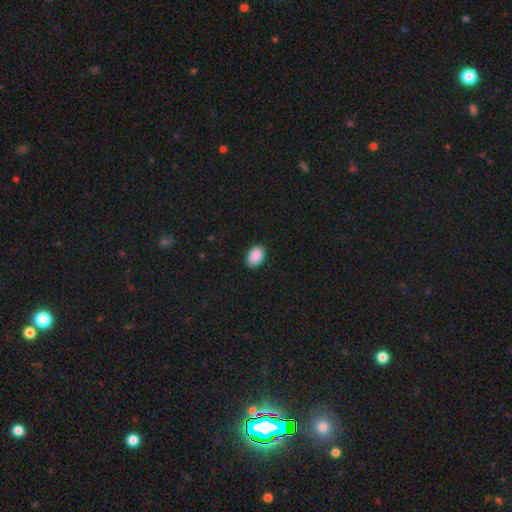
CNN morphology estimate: smooth-or-featured: smooth: 90% | star or artifact: 7% | featured or disk: 3%
  how-rounded: in between: 85% | round: 14% | cigar-shaped: 1%
  merging: none: 86% | minor disturbance: 11% | major disturbance: 2% | merger: 1%